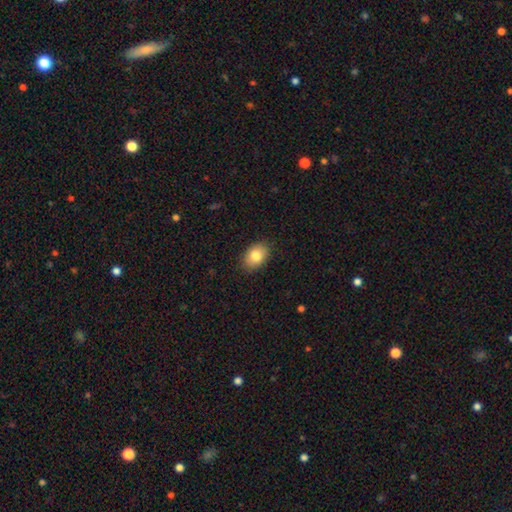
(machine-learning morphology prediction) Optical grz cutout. It shows a smooth galaxy with no disk features (83%) that is in between round and cigar-shaped (82%). Merging: none (87%).